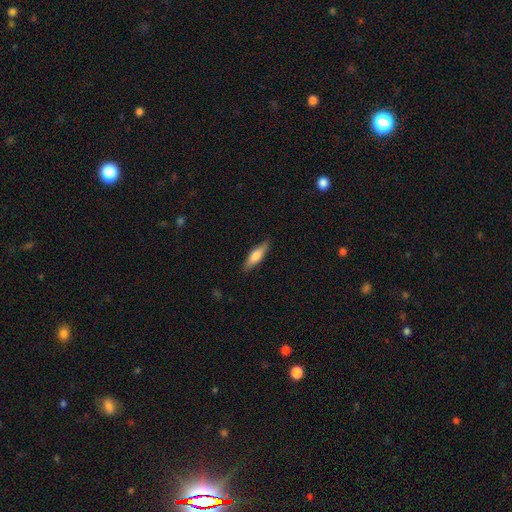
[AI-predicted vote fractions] Smooth or featured? Predicted: smooth (p=0.73). How rounded? Predicted: cigar-shaped (p=0.55). Merging? Predicted: none (p=0.86).